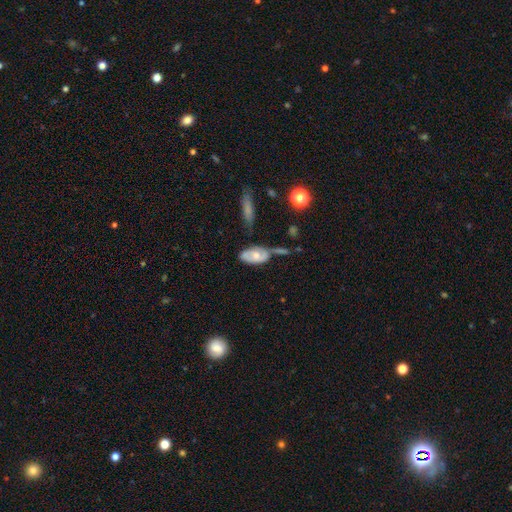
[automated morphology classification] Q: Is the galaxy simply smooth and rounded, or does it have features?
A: smooth — 49%.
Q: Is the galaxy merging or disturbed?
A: none — 39%.